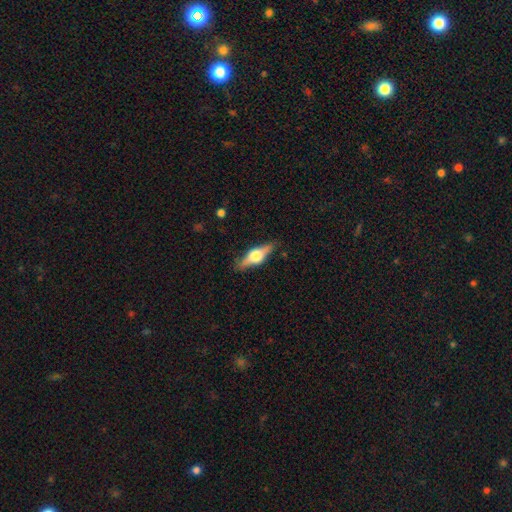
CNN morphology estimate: smooth_or_featured: featured or disk (p=0.66) [alt: smooth p=0.27]
disk_edge_on: yes (p=0.96) [alt: no p=0.04]
edge_on_bulge: rounded (p=0.93) [alt: boxy p=0.05]
merging: none (p=0.86) [alt: minor disturbance p=0.10]